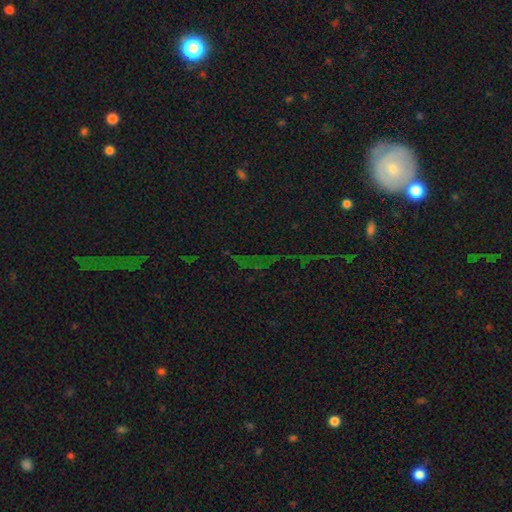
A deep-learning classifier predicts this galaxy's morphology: Smooth or featured: star or artifact — 62% (featured or disk — 21%)